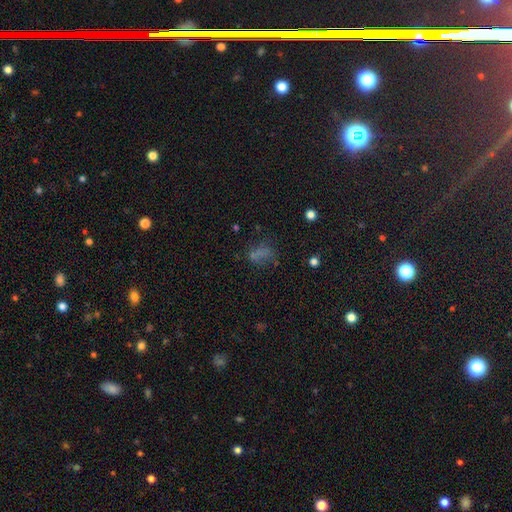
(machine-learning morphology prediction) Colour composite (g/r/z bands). It shows a smooth galaxy with no disk features (49%). Merging: none (50%).